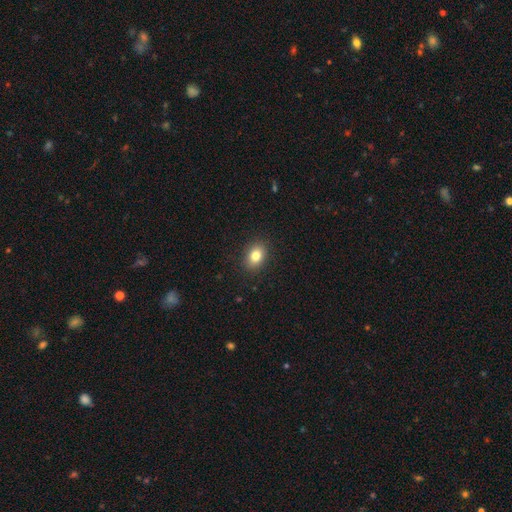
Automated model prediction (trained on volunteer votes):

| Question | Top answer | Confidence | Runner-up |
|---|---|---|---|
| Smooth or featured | smooth | 82% | star or artifact (10%) |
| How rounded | in between | 71% | round (28%) |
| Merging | none | 89% | minor disturbance (8%) |